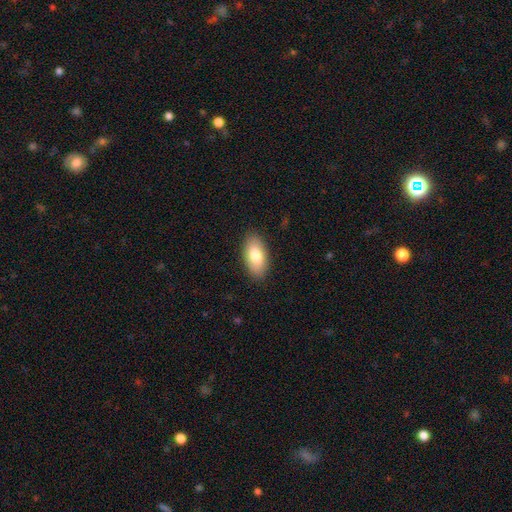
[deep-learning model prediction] Overall: smooth (81%). How rounded: in between (92%). Merging: none (88%).